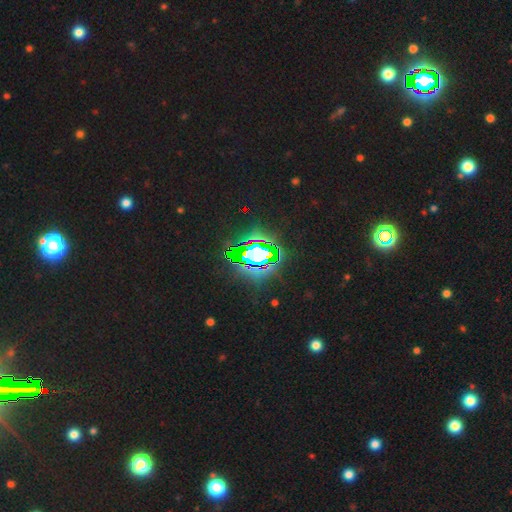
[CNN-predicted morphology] This is likely a star or artifact rather than a galaxy (75%).